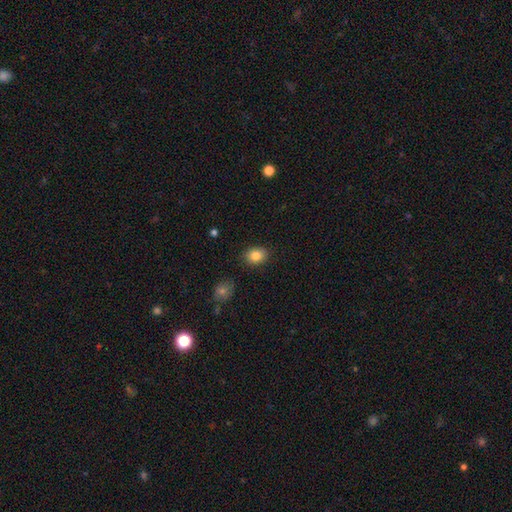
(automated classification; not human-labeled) A smooth galaxy with no disk features (84%) that is in between round and cigar-shaped (65%).

Vote fractions:
- Smooth or featured? smooth: 84% / star or artifact: 9% / featured or disk: 7%
- How rounded? in between: 65% / round: 34% / cigar-shaped: 1%
- Merging? none: 86% / minor disturbance: 10% / major disturbance: 2% / merger: 2%